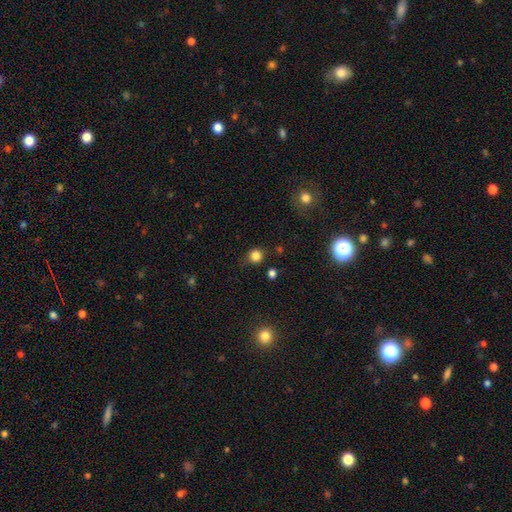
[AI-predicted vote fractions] smooth-or-featured: smooth: 81% | star or artifact: 14% | featured or disk: 5%
  how-rounded: round: 89% | in between: 10% | cigar-shaped: 1%
  merging: none: 79% | minor disturbance: 15% | major disturbance: 4% | merger: 3%